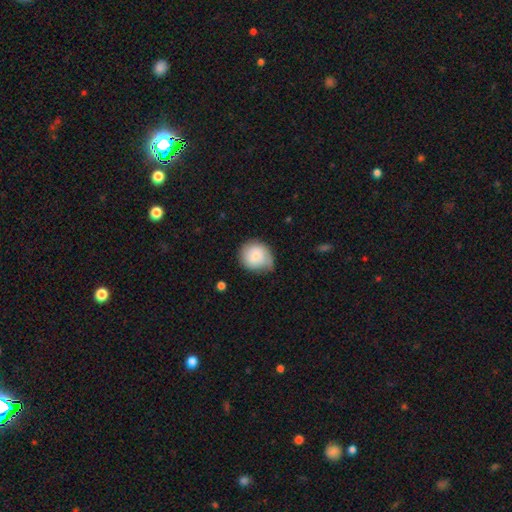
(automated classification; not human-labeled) Smooth or featured: smooth — 74% (featured or disk — 19%)
How rounded: round — 83% (in between — 16%)
Merging: none — 54% (minor disturbance — 34%)